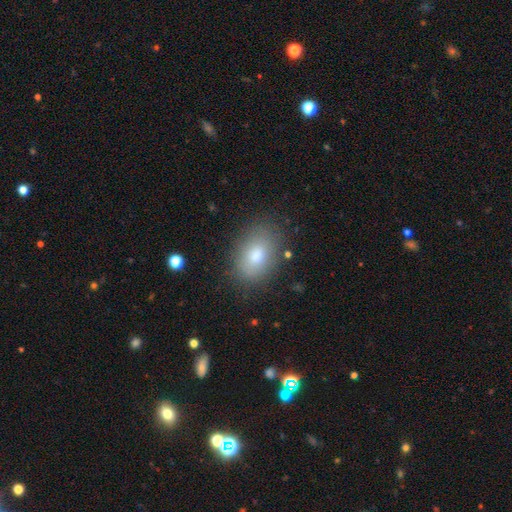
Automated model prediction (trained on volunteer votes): Smooth or featured? smooth (79%)
How rounded? in between (84%)
Merging? none (82%)